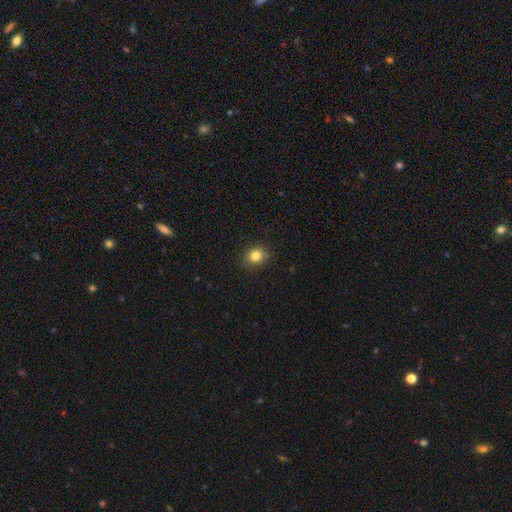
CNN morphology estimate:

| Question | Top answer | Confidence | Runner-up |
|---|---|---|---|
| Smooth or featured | smooth | 83% | star or artifact (11%) |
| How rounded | round | 68% | in between (31%) |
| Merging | none | 86% | minor disturbance (10%) |